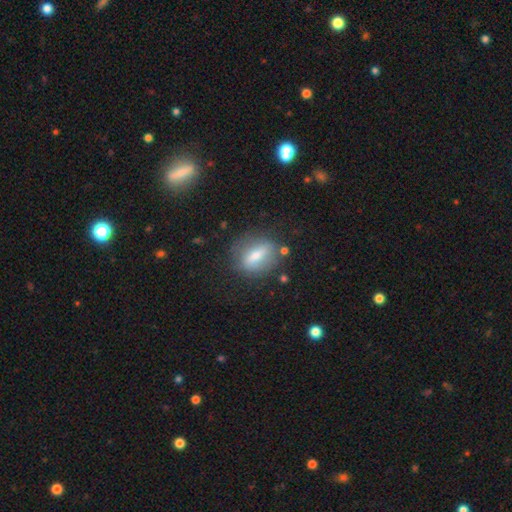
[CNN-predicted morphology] This is possibly a smooth galaxy (58%). How rounded: possibly in between (59%). Merging: likely none (75%).